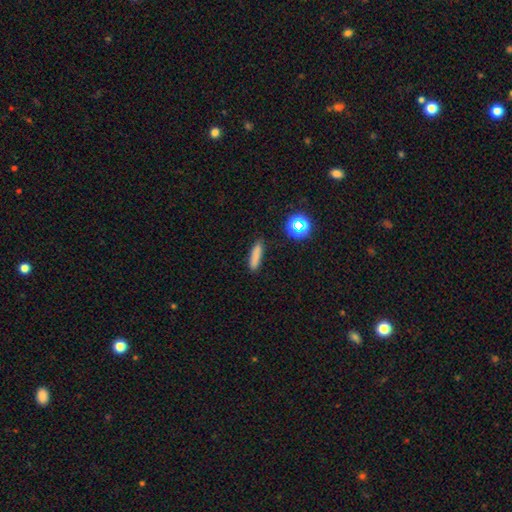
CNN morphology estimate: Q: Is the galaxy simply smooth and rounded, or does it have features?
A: smooth — 80%.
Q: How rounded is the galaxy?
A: cigar-shaped — 78%.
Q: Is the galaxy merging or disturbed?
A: none — 85%.